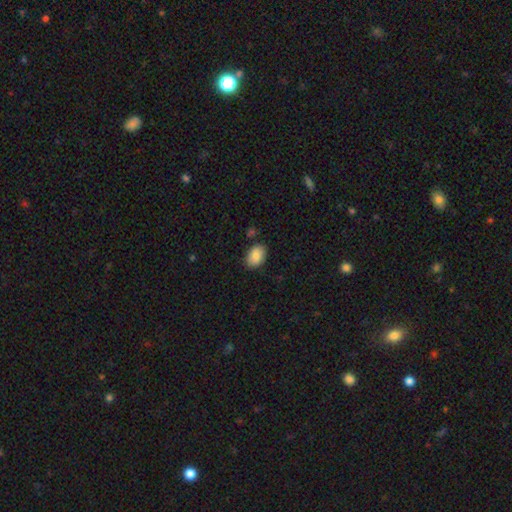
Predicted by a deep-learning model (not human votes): A smooth galaxy with no disk features (87%) that is in between round and cigar-shaped (85%). Merging: none (83%).